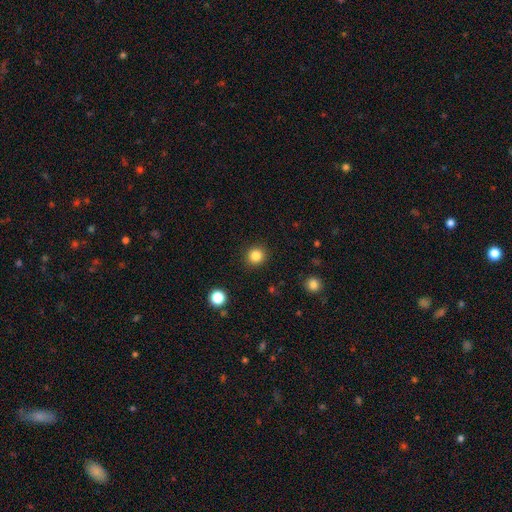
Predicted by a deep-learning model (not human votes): smooth 84%, star or artifact 11%, featured or disk 4%. Down the decision tree: how rounded — round (92%); merging — none (91%).